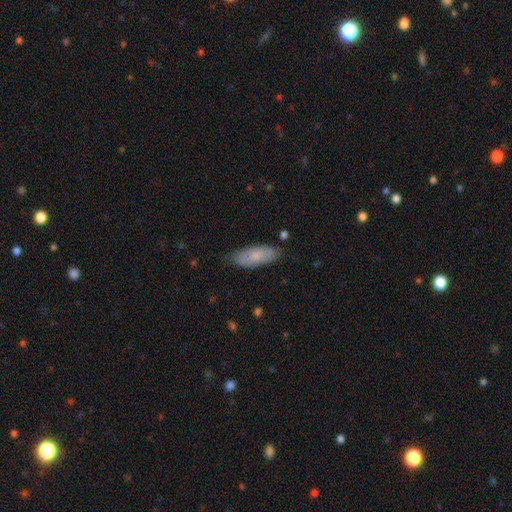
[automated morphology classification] Smooth or featured? smooth (75%)
How rounded? in between (74%)
Merging? none (77%)